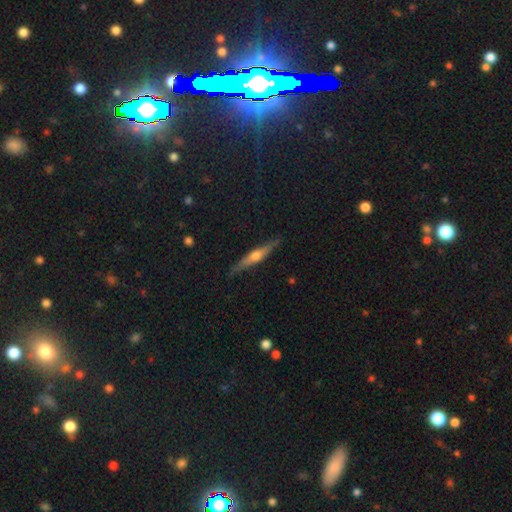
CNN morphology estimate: Q: Smooth or featured?
A: featured or disk (64%); runner-up: smooth (30%)
Q: Edge-on disk?
A: yes (96%); runner-up: no (4%)
Q: Edge-on bulge?
A: rounded (88%); runner-up: boxy (6%)
Q: Merging?
A: none (86%); runner-up: minor disturbance (11%)